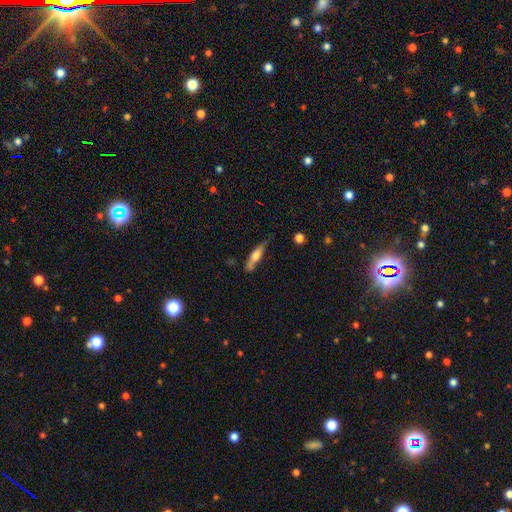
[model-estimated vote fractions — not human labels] The model was most divided on "smooth or featured": smooth: 54%, featured or disk: 39%, star or artifact: 7%. More confident: how rounded — cigar-shaped (77%); merging — none (58%).